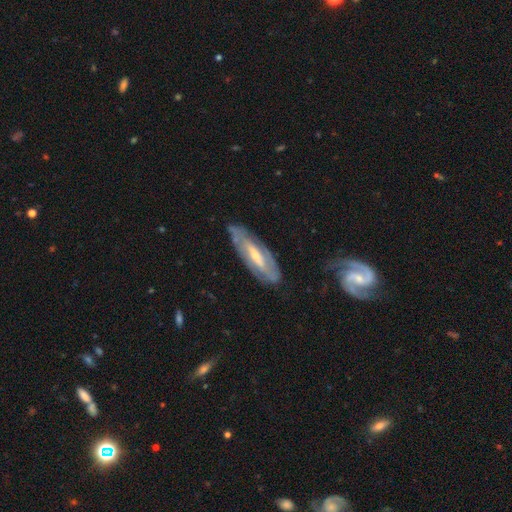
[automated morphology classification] type=featured or disk (77%); edge-on=no (80%); bar=weak (40%); spiral arms=yes (85%); winding=tight (55%); arm count=2 (54%); bulge=small (50%); merging=none (73%).